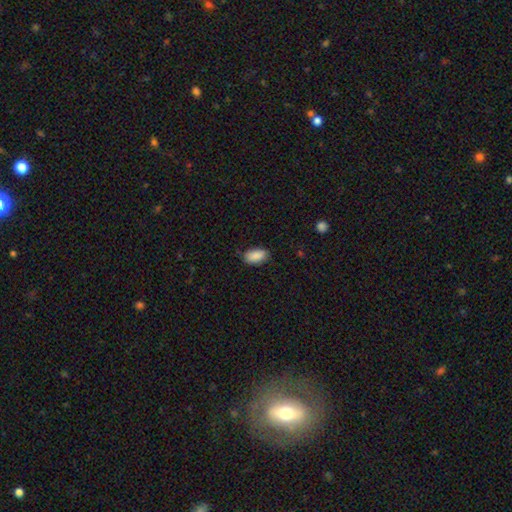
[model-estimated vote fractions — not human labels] smooth 89%, star or artifact 7%, featured or disk 4%. Down the decision tree: how rounded — in between (94%); merging — none (80%).